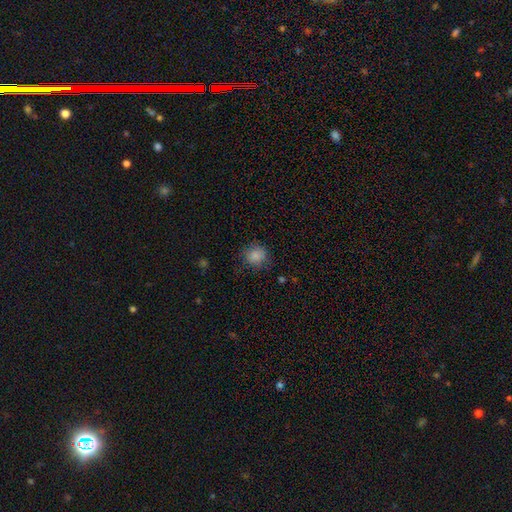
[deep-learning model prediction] Q: Smooth or featured?
A: smooth (86%); runner-up: star or artifact (10%)
Q: How rounded?
A: round (86%); runner-up: in between (13%)
Q: Merging?
A: none (77%); runner-up: minor disturbance (17%)